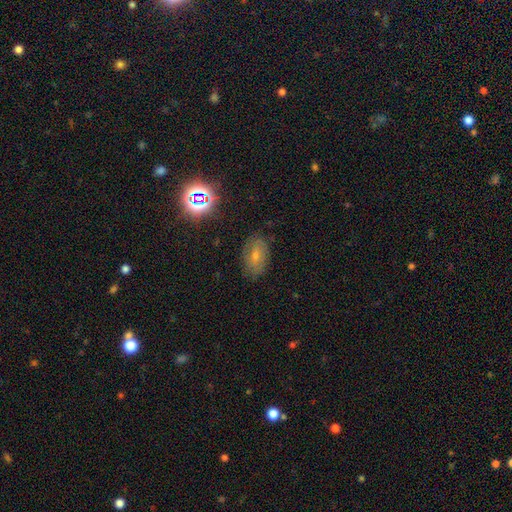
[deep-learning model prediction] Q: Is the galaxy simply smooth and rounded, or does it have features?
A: smooth — 47%.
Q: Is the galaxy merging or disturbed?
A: none — 81%.